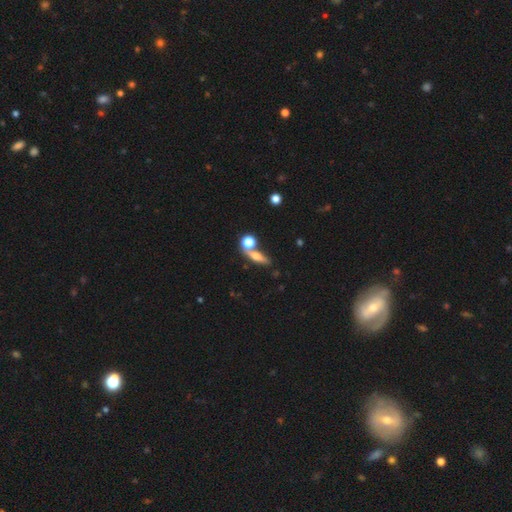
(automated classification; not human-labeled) This appears to be a smooth galaxy with no disk features (56%) that is cigar-shaped (43%). Merging: none (57%).